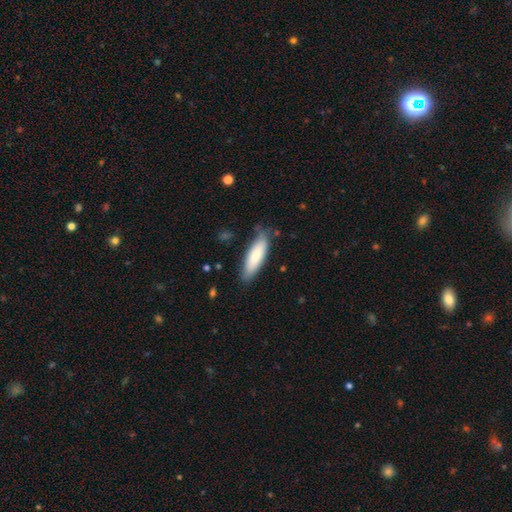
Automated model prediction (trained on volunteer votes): A smooth galaxy with no disk features (80%) that is cigar-shaped (52%).

Vote fractions:
- Smooth or featured? smooth: 80% / featured or disk: 14% / star or artifact: 5%
- How rounded? cigar-shaped: 52% / in between: 47% / round: 1%
- Merging? none: 77% / minor disturbance: 18% / major disturbance: 3% / merger: 2%